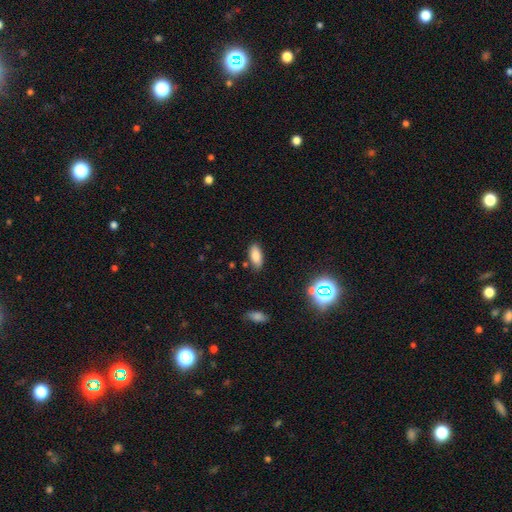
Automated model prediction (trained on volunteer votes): Q: Smooth or featured?
A: smooth (83%); runner-up: star or artifact (10%)
Q: How rounded?
A: in between (85%); runner-up: cigar-shaped (12%)
Q: Merging?
A: none (81%); runner-up: minor disturbance (14%)